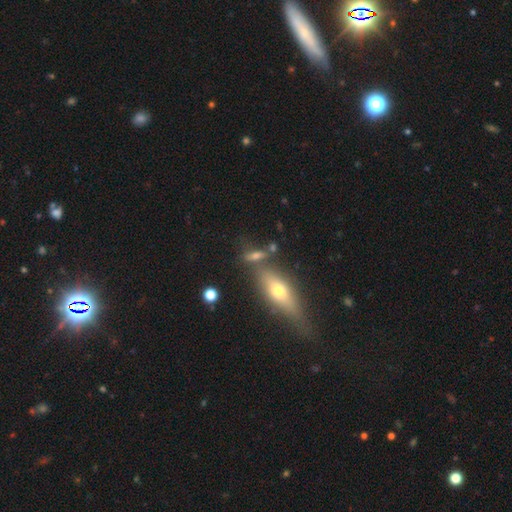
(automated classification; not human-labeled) Q: Smooth or featured?
A: smooth (58%); runner-up: featured or disk (28%)
Q: How rounded?
A: in between (48%); runner-up: cigar-shaped (41%)
Q: Merging?
A: none (59%); runner-up: merger (18%)